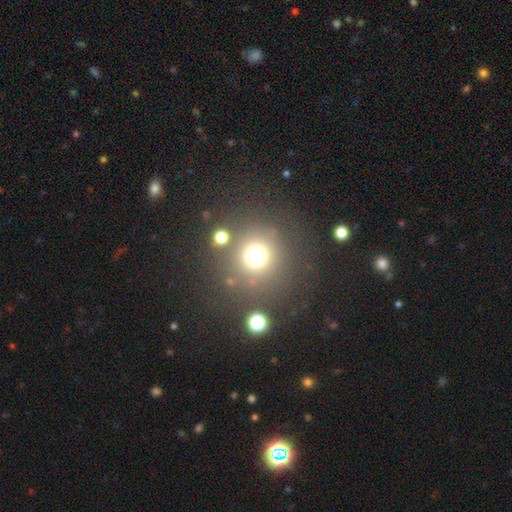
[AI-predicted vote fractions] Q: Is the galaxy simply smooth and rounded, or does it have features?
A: smooth — 68%.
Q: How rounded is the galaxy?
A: round — 94%.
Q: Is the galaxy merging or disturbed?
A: none — 77%.